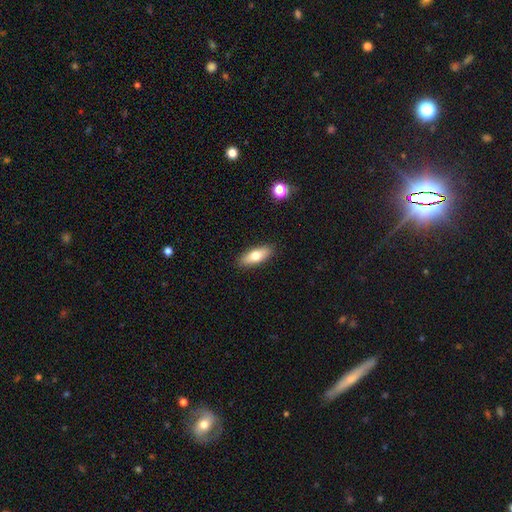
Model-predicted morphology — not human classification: This appears to be a smooth galaxy with no disk features (70%) that is in between round and cigar-shaped (70%). Merging: none (89%).